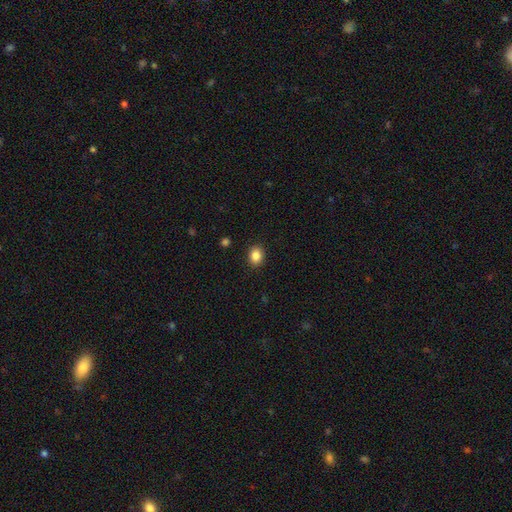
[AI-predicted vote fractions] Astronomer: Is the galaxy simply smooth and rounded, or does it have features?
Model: smooth — 86%.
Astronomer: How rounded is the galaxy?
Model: round — 53% (runner-up: in between, 46%).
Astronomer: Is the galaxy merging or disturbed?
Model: none — 90%.